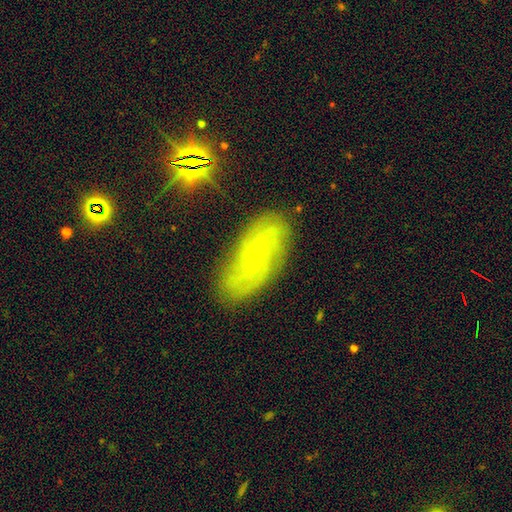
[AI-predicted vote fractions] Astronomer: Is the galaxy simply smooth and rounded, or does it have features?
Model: featured or disk — 63%.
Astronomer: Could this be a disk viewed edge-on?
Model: no — 91%.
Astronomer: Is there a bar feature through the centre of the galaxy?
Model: no — 68%.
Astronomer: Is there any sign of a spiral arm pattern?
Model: yes — 84%.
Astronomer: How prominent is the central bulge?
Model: small — 85%.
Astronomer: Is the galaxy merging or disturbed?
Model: none — 78%.